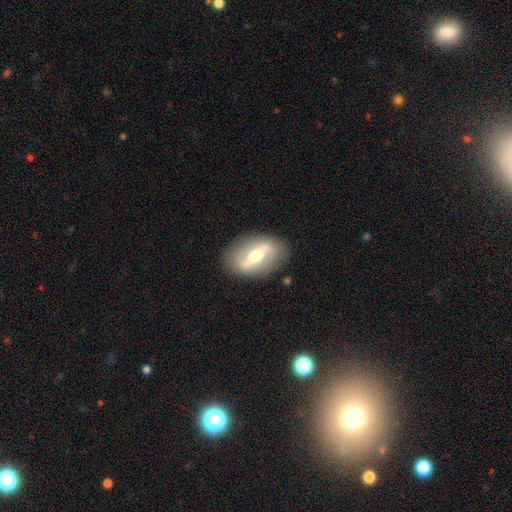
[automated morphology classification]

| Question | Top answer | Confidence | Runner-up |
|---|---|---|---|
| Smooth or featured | featured or disk | 69% | smooth (25%) |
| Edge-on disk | no | 85% | yes (15%) |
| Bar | strong | 63% | weak (27%) |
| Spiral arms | no | 54% | yes (46%) |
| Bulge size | moderate | 68% | small (18%) |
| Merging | none | 85% | minor disturbance (10%) |